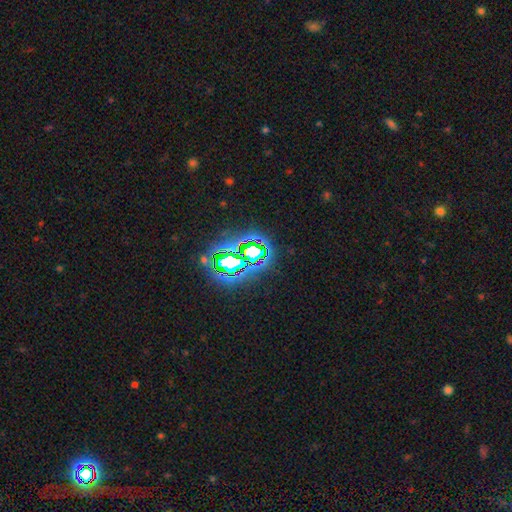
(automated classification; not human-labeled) Q: Smooth or featured?
A: star or artifact (74%); runner-up: smooth (14%)